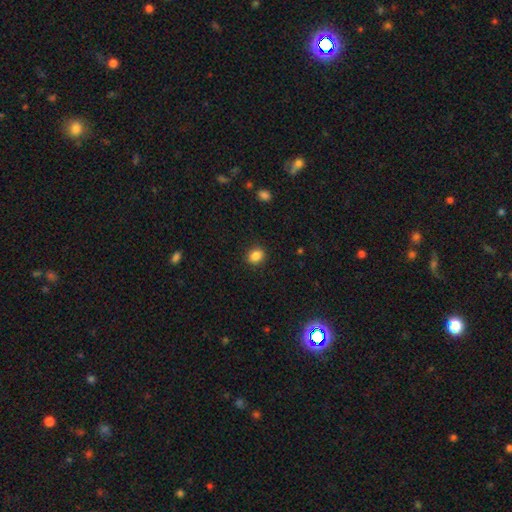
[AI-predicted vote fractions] smooth-or-featured: smooth: 86% | star or artifact: 10% | featured or disk: 4%
  how-rounded: in between: 50% | round: 49% | cigar-shaped: 1%
  merging: none: 89% | minor disturbance: 8% | major disturbance: 2% | merger: 1%